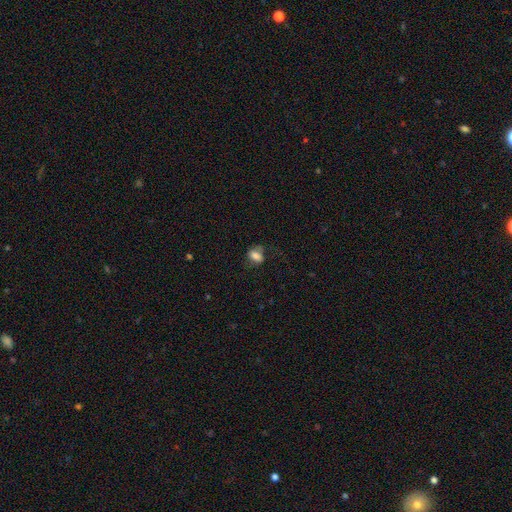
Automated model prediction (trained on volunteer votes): A smooth galaxy with no disk features (75%) that is in between round and cigar-shaped (77%).

Vote fractions:
- Smooth or featured? smooth: 75% / featured or disk: 15% / star or artifact: 11%
- How rounded? in between: 77% / round: 20% / cigar-shaped: 3%
- Merging? none: 58% / minor disturbance: 25% / major disturbance: 15% / merger: 2%